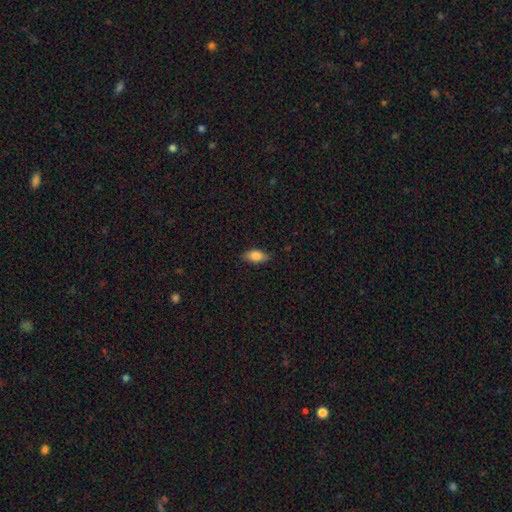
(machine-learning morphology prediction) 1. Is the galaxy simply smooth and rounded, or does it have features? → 85% smooth, 8% featured or disk, 7% star or artifact.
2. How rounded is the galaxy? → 89% in between, 7% cigar-shaped, 4% round.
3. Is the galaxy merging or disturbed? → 81% none, 15% minor disturbance, 3% major disturbance, 1% merger.